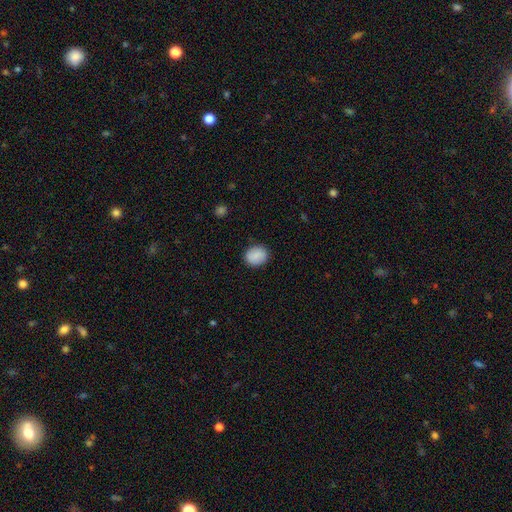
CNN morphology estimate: Smooth or featured? Predicted: smooth (p=0.89). How rounded? Predicted: round (p=0.61). Merging? Predicted: none (p=0.88).